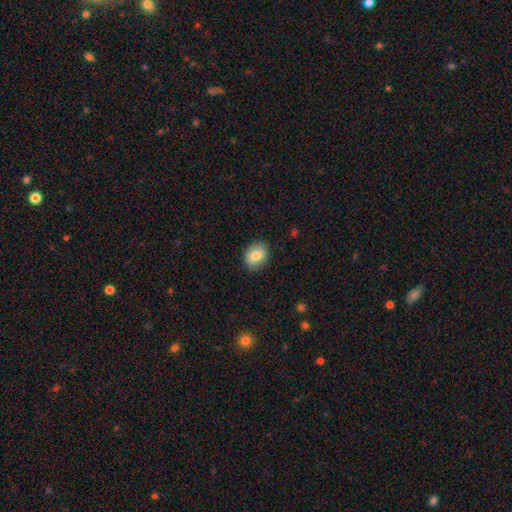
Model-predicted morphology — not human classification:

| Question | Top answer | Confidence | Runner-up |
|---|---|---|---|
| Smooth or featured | smooth | 80% | featured or disk (12%) |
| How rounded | in between | 51% | round (48%) |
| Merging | none | 86% | minor disturbance (11%) |